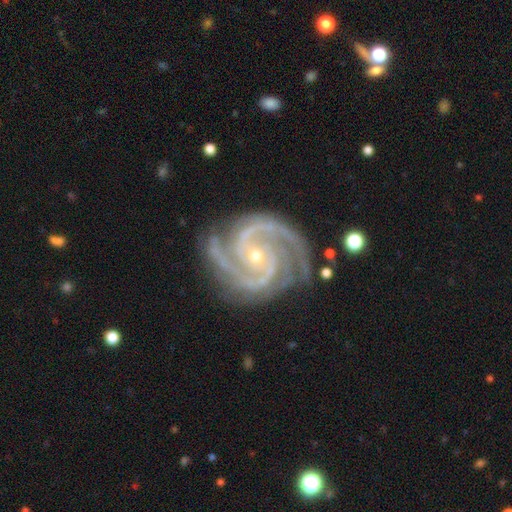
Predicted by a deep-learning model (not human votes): Smooth or featured? Predicted: featured or disk (p=0.94). Edge-on disk? Predicted: no (p=0.98). Bar? Predicted: no (p=0.62). Spiral arms? Predicted: yes (p=0.99). Spiral winding? Predicted: tight (p=0.64). Spiral arm count? Predicted: 2 (p=0.40). Bulge size? Predicted: small (p=0.69). Merging? Predicted: none (p=0.77).